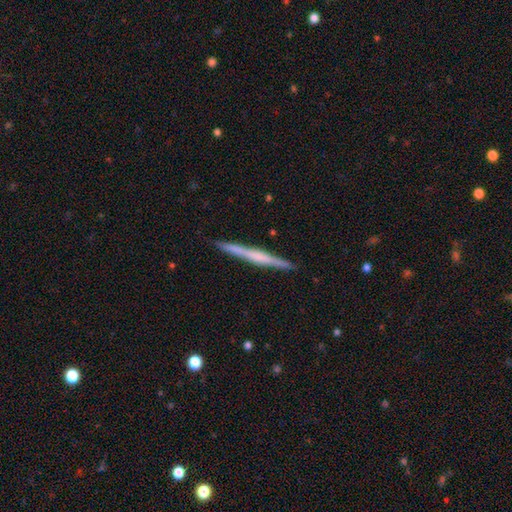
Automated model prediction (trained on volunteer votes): Smooth or featured? Predicted: featured or disk (p=0.58). Edge-on disk? Predicted: yes (p=0.98). Edge-on bulge? Predicted: none (p=0.58). Merging? Predicted: none (p=0.92).